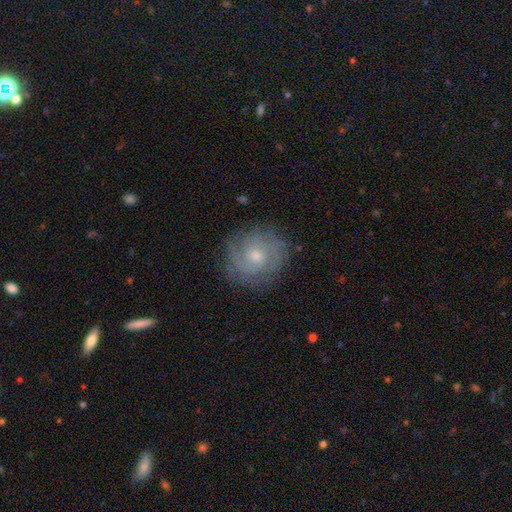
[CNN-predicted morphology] Smooth or featured?
  - featured or disk: 62% *
  - smooth: 29%
  - star or artifact: 9%
Edge-on disk?
  - no: 97% *
  - yes: 3%
Bar?
  - no: 72% *
  - weak: 24%
  - strong: 3%
Spiral arms?
  - yes: 82% *
  - no: 18%
Bulge size?
  - moderate: 52% *
  - small: 42%
  - large: 3%
  - none: 2%
  - dominant: 1%
Merging?
  - none: 78% *
  - minor disturbance: 15%
  - major disturbance: 6%
  - merger: 1%